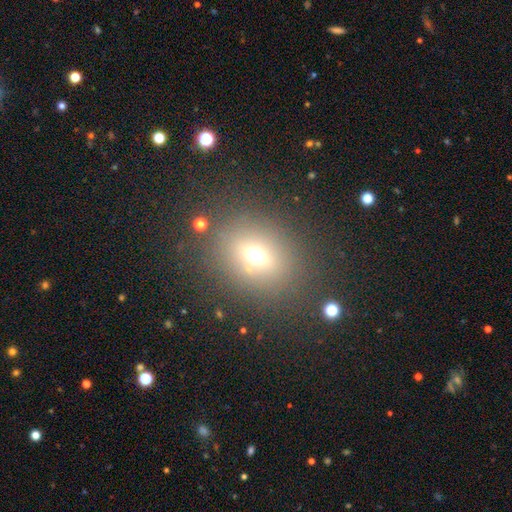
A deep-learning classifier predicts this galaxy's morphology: This is likely a smooth galaxy (62%). How rounded: possibly in between (52%). Merging: likely none (77%).